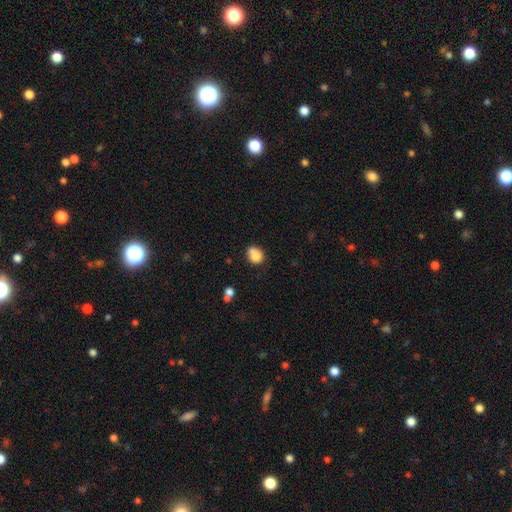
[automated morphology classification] Overall: smooth (80%). How rounded: round (58%; in between 41%). Merging: none (48%; minor disturbance 23%).